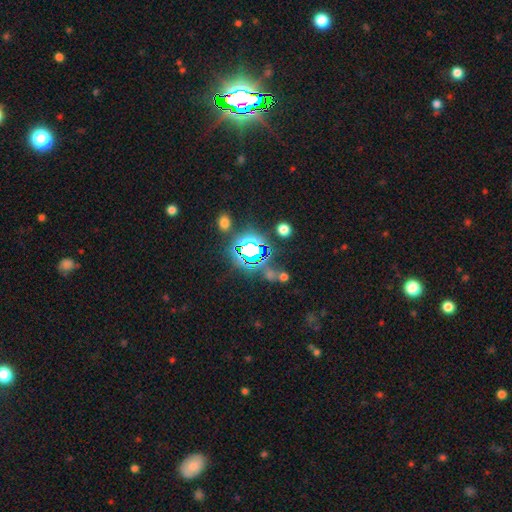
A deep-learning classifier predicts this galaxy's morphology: Smooth or featured?
  - star or artifact: 81% *
  - smooth: 12%
  - featured or disk: 7%